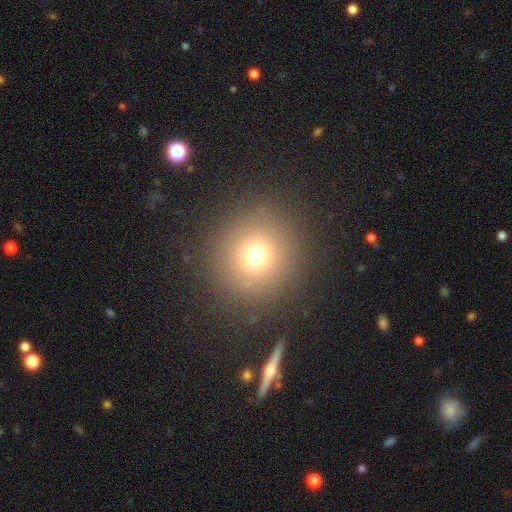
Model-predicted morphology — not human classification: The model was most divided on "smooth or featured": smooth: 72%, star or artifact: 18%, featured or disk: 10%. More confident: how rounded — round (94%); merging — none (88%).